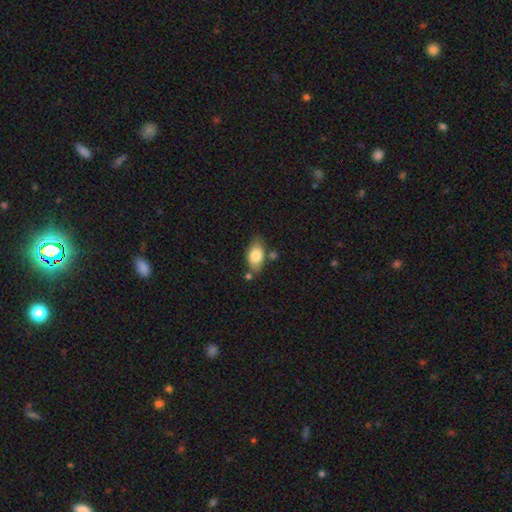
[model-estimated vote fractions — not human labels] Smooth or featured: smooth — 81% (featured or disk — 12%)
How rounded: in between — 89% (round — 7%)
Merging: none — 69% (minor disturbance — 17%)